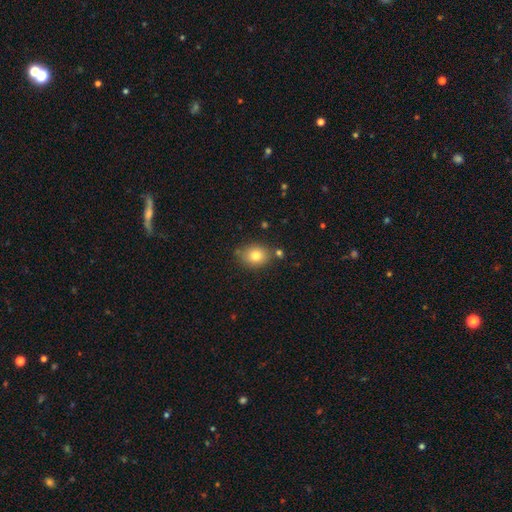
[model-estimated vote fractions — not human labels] This is clearly a smooth galaxy (80%). How rounded: possibly round (54%). Merging: likely none (76%).